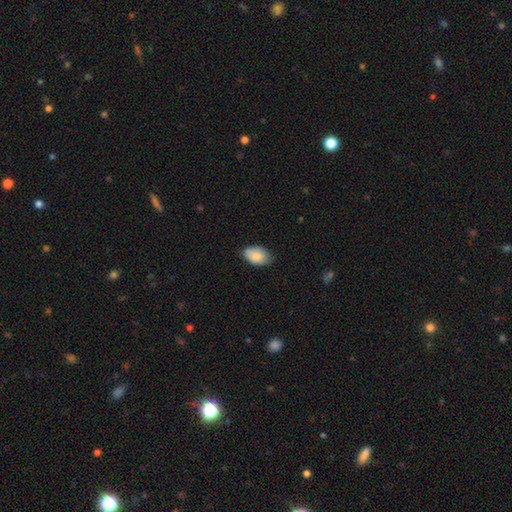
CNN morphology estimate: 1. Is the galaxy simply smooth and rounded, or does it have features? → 84% smooth, 9% featured or disk, 7% star or artifact.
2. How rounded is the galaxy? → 91% in between, 8% round, 1% cigar-shaped.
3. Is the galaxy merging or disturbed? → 72% none, 24% minor disturbance, 3% major disturbance, 1% merger.